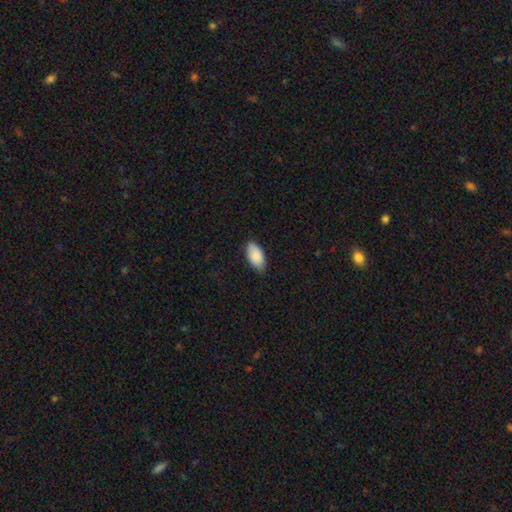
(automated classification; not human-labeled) Smooth or featured?
  - smooth: 88% *
  - featured or disk: 6%
  - star or artifact: 6%
How rounded?
  - in between: 95% *
  - cigar-shaped: 3%
  - round: 2%
Merging?
  - none: 79% *
  - minor disturbance: 18%
  - major disturbance: 2%
  - merger: 1%